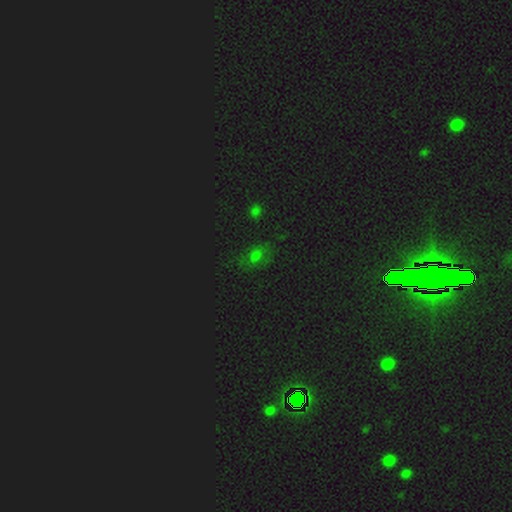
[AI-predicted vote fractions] smooth 47%, star or artifact 41%, featured or disk 12%. Down the decision tree: merging — none (69%).